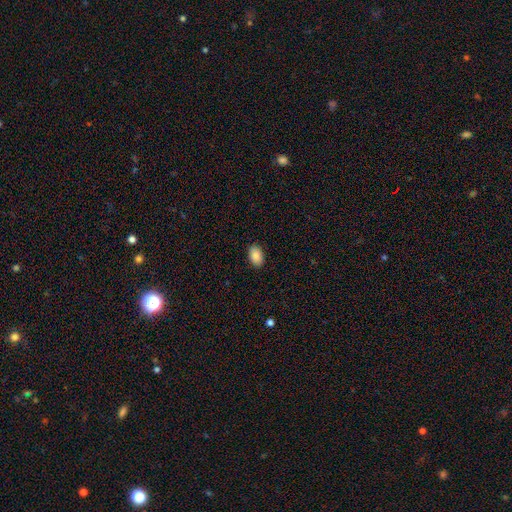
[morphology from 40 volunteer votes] Volunteers were most divided on "how rounded": in between: 87%, round: 13%, cigar-shaped: 0%. More confident: smooth or featured — smooth (95%); merging — none (92%).